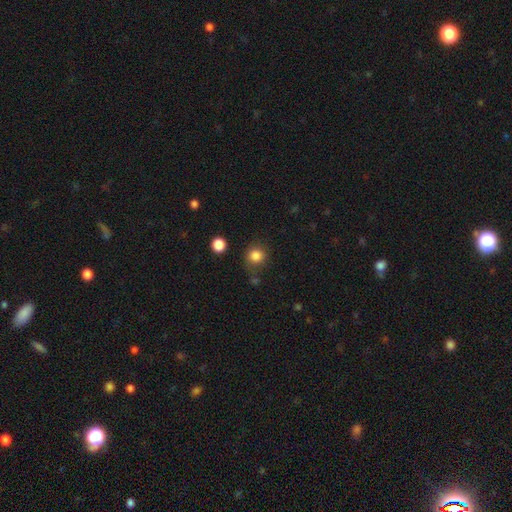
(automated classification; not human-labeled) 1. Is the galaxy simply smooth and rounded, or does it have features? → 84% smooth, 11% star or artifact, 5% featured or disk.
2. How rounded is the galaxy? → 88% round, 11% in between, 1% cigar-shaped.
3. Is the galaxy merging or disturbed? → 73% none, 16% minor disturbance, 6% major disturbance, 5% merger.